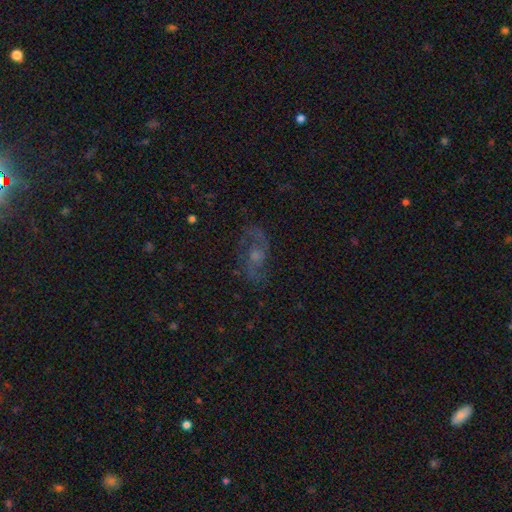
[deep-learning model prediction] The model was most divided on "spiral winding": medium: 47%, loose: 38%, tight: 15%. Remaining: edge-on disk — no (95%); spiral arms — yes (91%); spiral arm count — 2 (86%); merging — none (75%); smooth or featured — featured or disk (72%); bar — no (62%); bulge size — moderate (49%).